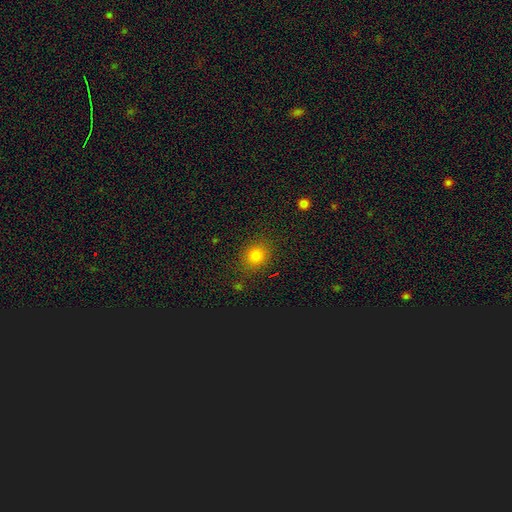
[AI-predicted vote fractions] smooth_or_featured: smooth (p=0.79) [alt: star or artifact p=0.14]
how_rounded: round (p=0.71) [alt: in between p=0.28]
merging: none (p=0.85) [alt: minor disturbance p=0.10]